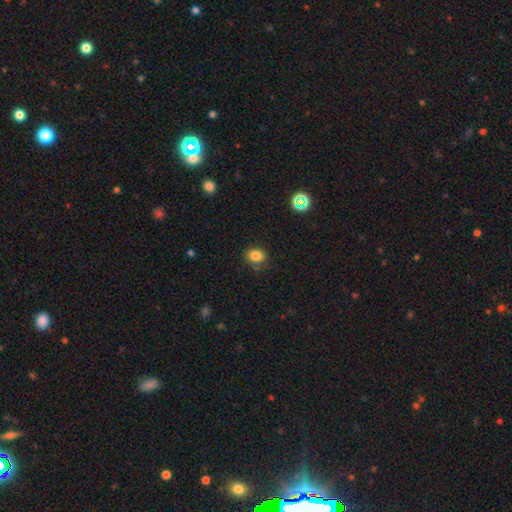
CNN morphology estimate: type=smooth (82%); roundness=round (51%); merging=none (79%).